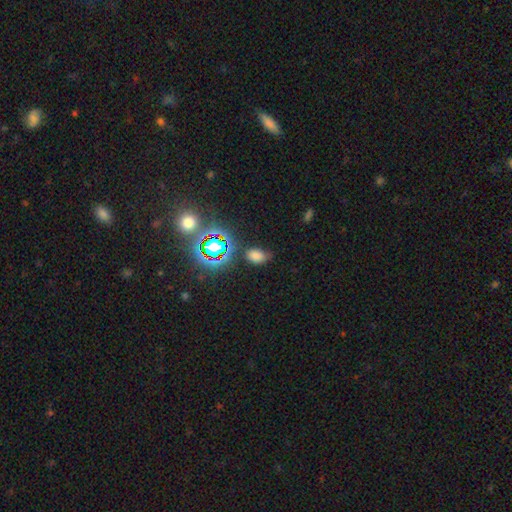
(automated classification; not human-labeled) smooth-or-featured: smooth: 66% | star or artifact: 26% | featured or disk: 8%
  how-rounded: in between: 84% | round: 14% | cigar-shaped: 2%
  merging: none: 69% | minor disturbance: 21% | major disturbance: 6% | merger: 4%